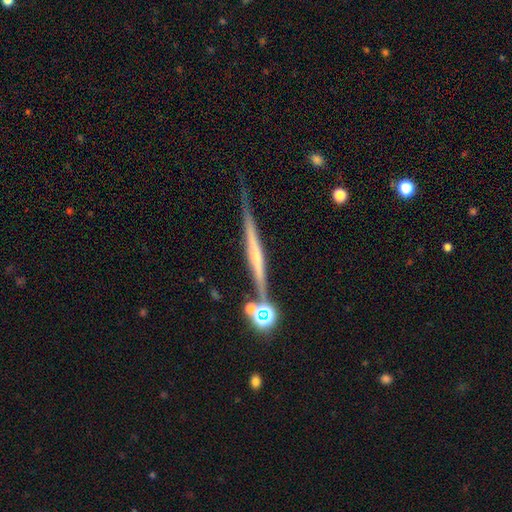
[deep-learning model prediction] This is likely a featured or disk galaxy (71%). It is clearly viewed edge-on (96%). Edge-on bulge: possibly rounded (52%). Merging: likely none (71%).